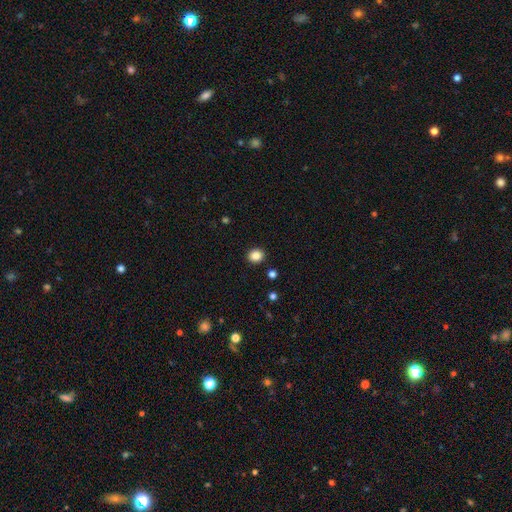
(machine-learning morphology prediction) type=smooth (86%); roundness=round (73%); merging=none (90%).